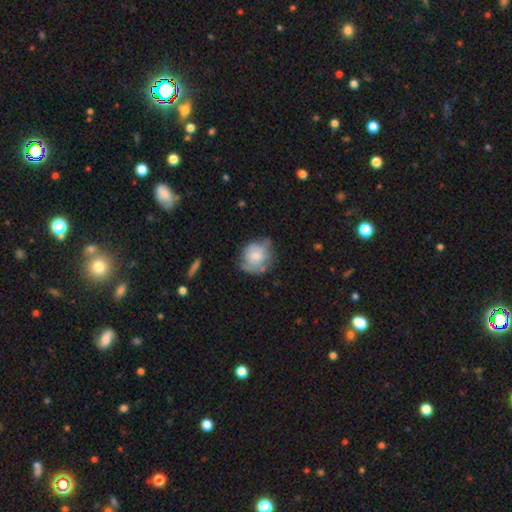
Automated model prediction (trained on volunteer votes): A smooth galaxy with no disk features (61%) that is round (76%).

Vote fractions:
- Smooth or featured? smooth: 61% / featured or disk: 32% / star or artifact: 7%
- How rounded? round: 76% / in between: 22% / cigar-shaped: 1%
- Merging? none: 50% / minor disturbance: 34% / major disturbance: 13% / merger: 3%